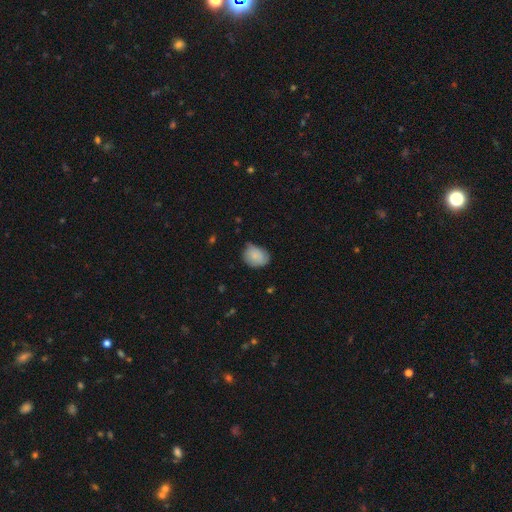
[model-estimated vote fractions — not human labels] Q: Smooth or featured?
A: smooth (83%); runner-up: featured or disk (10%)
Q: How rounded?
A: in between (62%); runner-up: round (37%)
Q: Merging?
A: none (49%); runner-up: minor disturbance (42%)